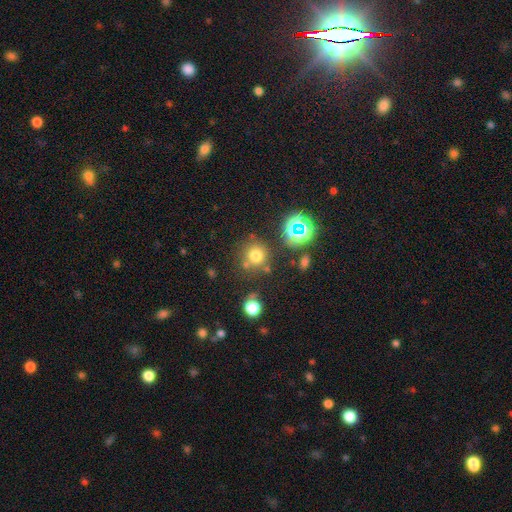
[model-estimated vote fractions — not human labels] Smooth or featured: smooth — 70% (star or artifact — 22%)
How rounded: round — 92% (in between — 7%)
Merging: none — 75% (minor disturbance — 11%)